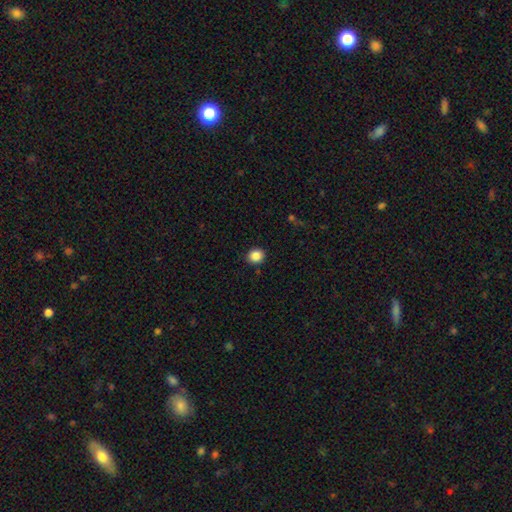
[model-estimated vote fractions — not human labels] Smooth or featured? smooth (87%)
How rounded? round (84%)
Merging? none (90%)